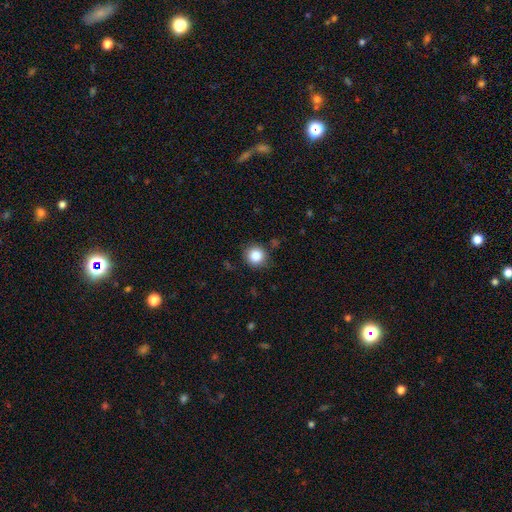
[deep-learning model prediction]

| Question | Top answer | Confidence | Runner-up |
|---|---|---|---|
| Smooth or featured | smooth | 85% | star or artifact (10%) |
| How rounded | round | 91% | in between (8%) |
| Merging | none | 85% | minor disturbance (10%) |